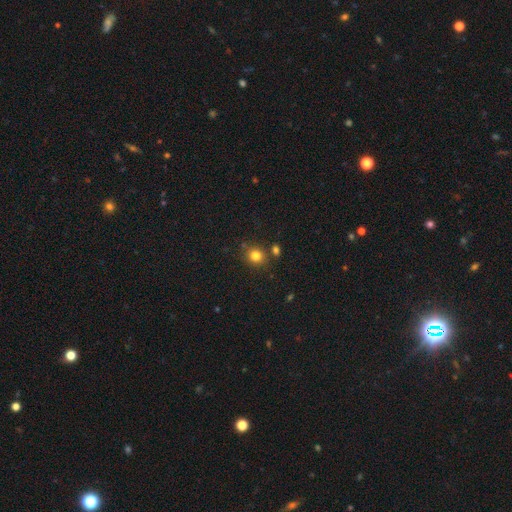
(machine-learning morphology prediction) Q: Smooth or featured?
A: smooth (81%); runner-up: star or artifact (13%)
Q: How rounded?
A: round (81%); runner-up: in between (18%)
Q: Merging?
A: none (79%); runner-up: minor disturbance (10%)